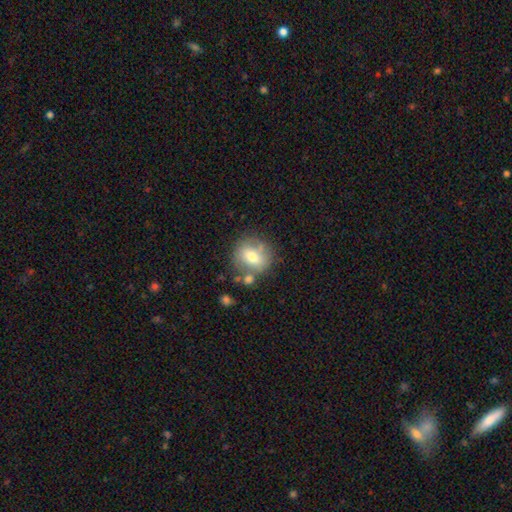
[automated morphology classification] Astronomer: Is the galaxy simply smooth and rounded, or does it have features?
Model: smooth — 63%.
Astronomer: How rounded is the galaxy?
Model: round — 80%.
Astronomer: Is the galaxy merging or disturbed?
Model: none — 65%.